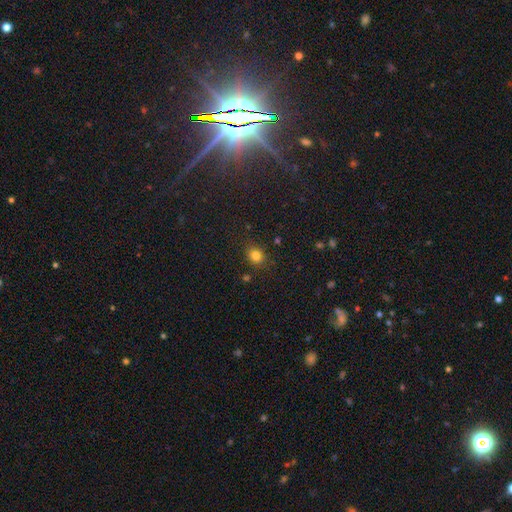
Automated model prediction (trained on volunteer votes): This is clearly a smooth galaxy (81%). How rounded: likely round (72%). Merging: clearly none (85%).